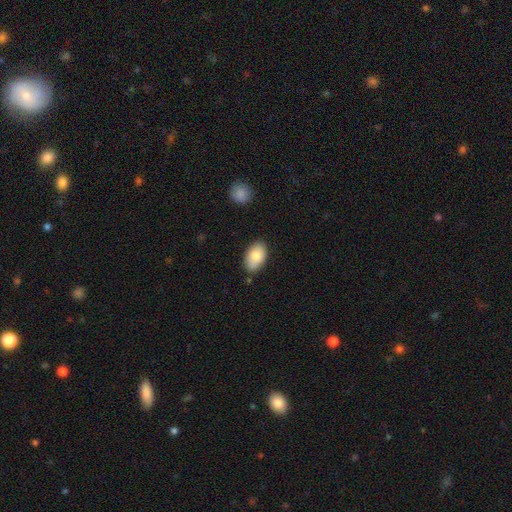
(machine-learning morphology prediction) A smooth galaxy with no disk features (82%) that is in between round and cigar-shaped (92%).

Vote fractions:
- Smooth or featured? smooth: 82% / featured or disk: 12% / star or artifact: 6%
- How rounded? in between: 92% / round: 6% / cigar-shaped: 1%
- Merging? none: 79% / minor disturbance: 15% / merger: 3% / major disturbance: 3%